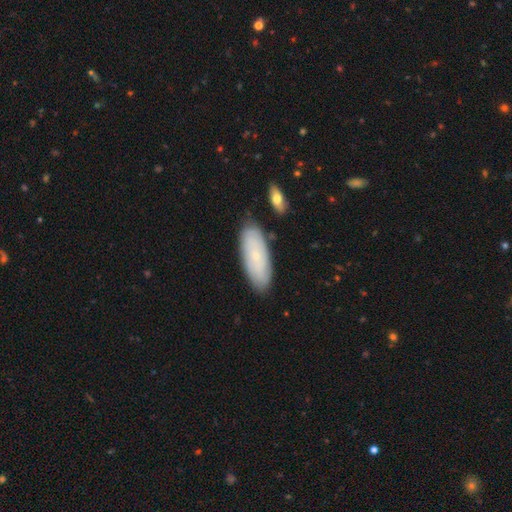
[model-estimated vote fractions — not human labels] This appears to be a smooth galaxy with no disk features (61%) that is in between round and cigar-shaped (77%). Merging: none (82%).